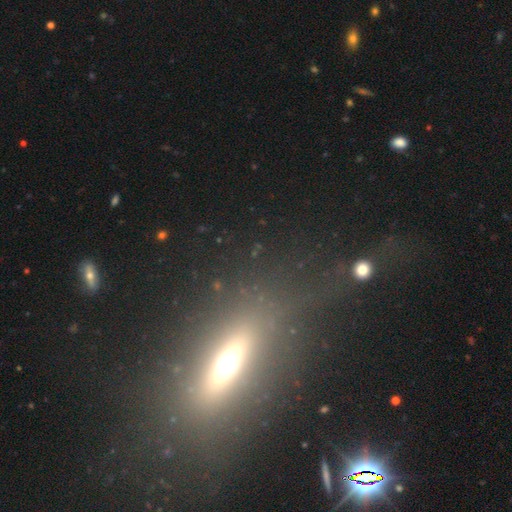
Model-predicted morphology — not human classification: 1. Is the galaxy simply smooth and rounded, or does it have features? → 45% featured or disk, 34% smooth, 21% star or artifact.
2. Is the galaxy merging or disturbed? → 71% none, 13% minor disturbance, 13% major disturbance, 3% merger.